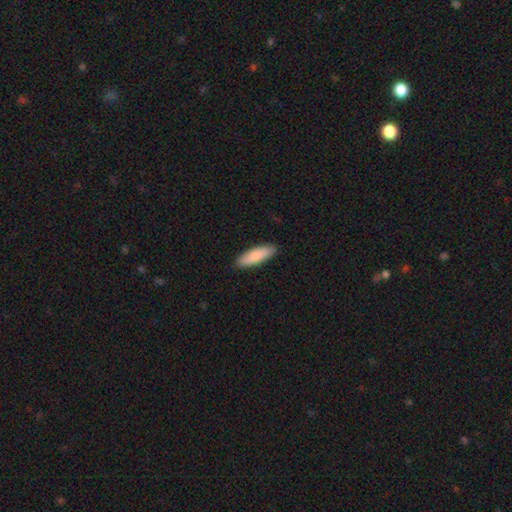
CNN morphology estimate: smooth-or-featured: smooth: 84% | featured or disk: 11% | star or artifact: 5%
  how-rounded: cigar-shaped: 51% | in between: 47% | round: 2%
  merging: none: 90% | minor disturbance: 8% | major disturbance: 1% | merger: 1%